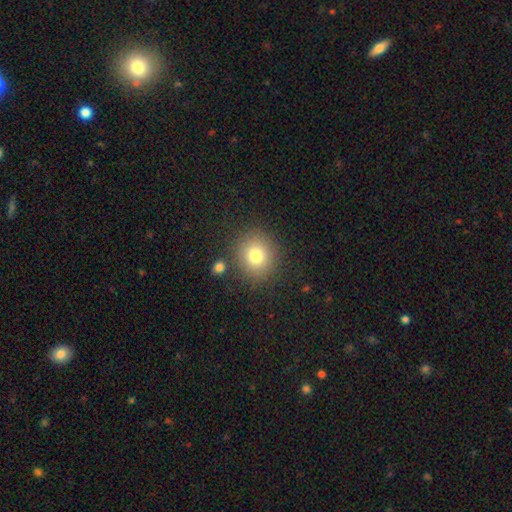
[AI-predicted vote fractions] A smooth galaxy with no disk features (78%) that is round (87%). Merging: none (83%).